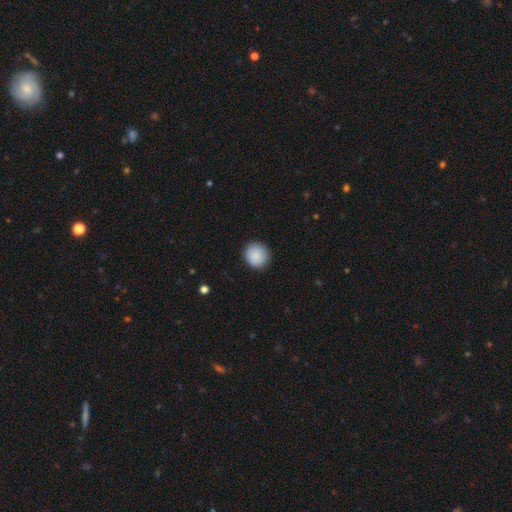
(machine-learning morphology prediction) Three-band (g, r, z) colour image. It shows a smooth galaxy with no disk features (89%) that is round (92%). Merging: none (91%).